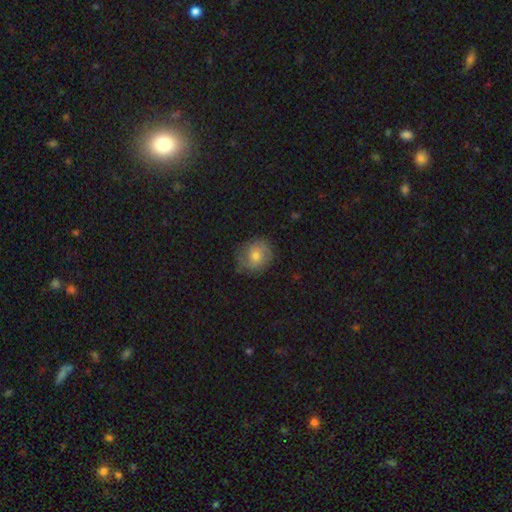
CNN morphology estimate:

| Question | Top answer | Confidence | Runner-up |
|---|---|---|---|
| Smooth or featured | smooth | 66% | featured or disk (25%) |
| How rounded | round | 78% | in between (21%) |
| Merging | none | 71% | minor disturbance (21%) |